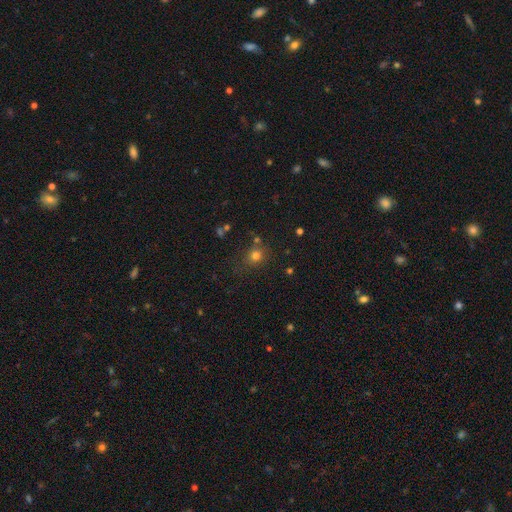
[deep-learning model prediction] smooth 75%, star or artifact 18%, featured or disk 8%. Down the decision tree: how rounded — round (78%); merging — none (71%).